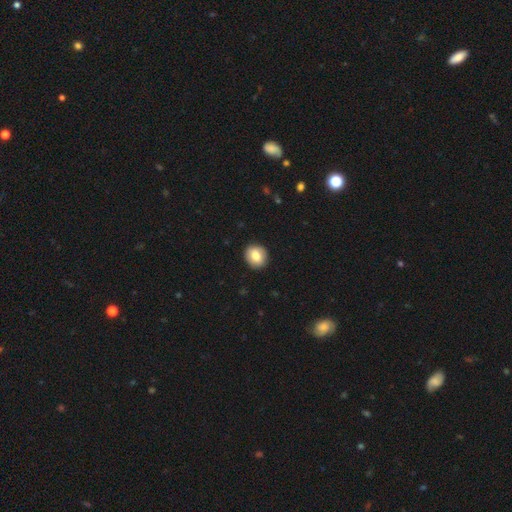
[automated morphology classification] Smooth or featured?
  - smooth: 78% *
  - featured or disk: 14%
  - star or artifact: 8%
How rounded?
  - round: 78% *
  - in between: 21%
  - cigar-shaped: 1%
Merging?
  - none: 89% *
  - minor disturbance: 8%
  - major disturbance: 2%
  - merger: 1%